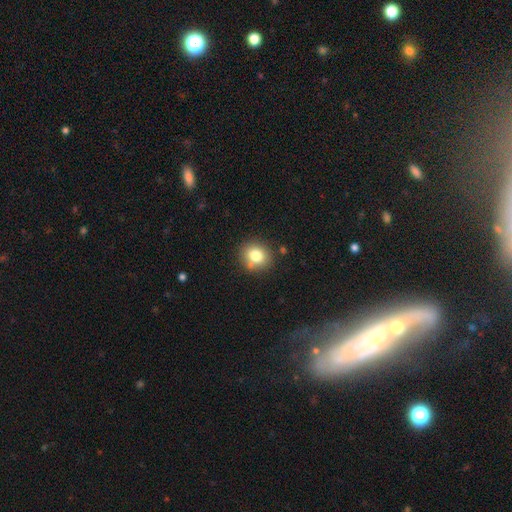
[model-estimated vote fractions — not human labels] Smooth or featured: smooth — 78% (star or artifact — 12%)
How rounded: round — 78% (in between — 21%)
Merging: none — 79% (minor disturbance — 11%)